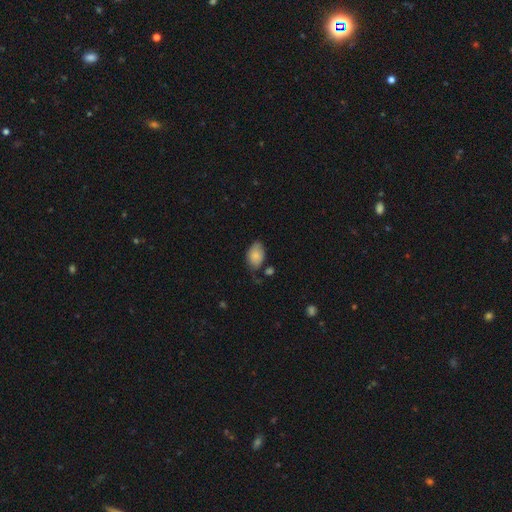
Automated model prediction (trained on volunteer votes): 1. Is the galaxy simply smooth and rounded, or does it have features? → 83% smooth, 10% featured or disk, 7% star or artifact.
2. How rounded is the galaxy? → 90% in between, 9% round, 1% cigar-shaped.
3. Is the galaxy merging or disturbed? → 63% none, 27% minor disturbance, 6% major disturbance, 5% merger.